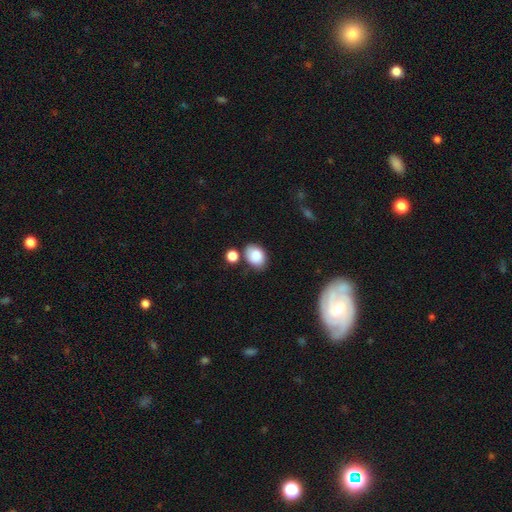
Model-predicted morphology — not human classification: smooth-or-featured: smooth: 84% | featured or disk: 9% | star or artifact: 8%
  how-rounded: in between: 74% | round: 25% | cigar-shaped: 1%
  merging: none: 65% | minor disturbance: 18% | merger: 12% | major disturbance: 5%